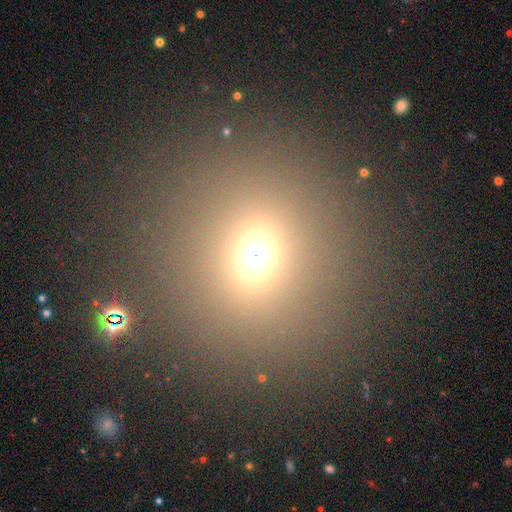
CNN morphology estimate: Overall: smooth (62%; star or artifact 29%). How rounded: round (83%). Merging: none (84%).